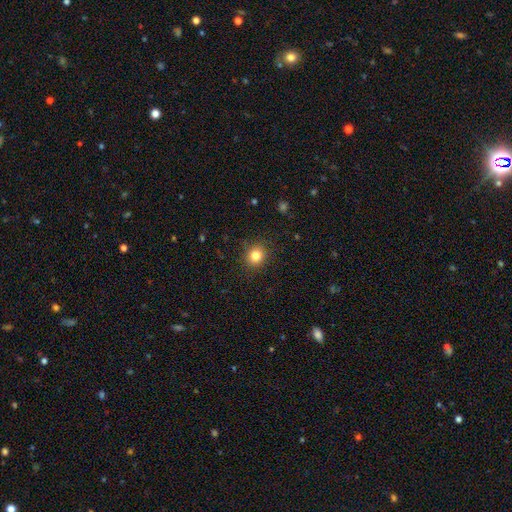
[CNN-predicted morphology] Smooth or featured?
  - smooth: 82% *
  - star or artifact: 12%
  - featured or disk: 6%
How rounded?
  - round: 80% *
  - in between: 19%
  - cigar-shaped: 1%
Merging?
  - none: 88% *
  - minor disturbance: 8%
  - major disturbance: 3%
  - merger: 1%